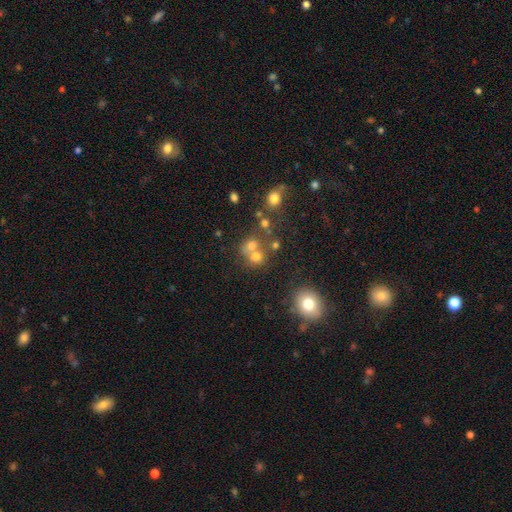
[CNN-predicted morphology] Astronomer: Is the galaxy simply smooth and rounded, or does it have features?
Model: smooth — 65%.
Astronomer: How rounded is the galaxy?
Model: round — 77%.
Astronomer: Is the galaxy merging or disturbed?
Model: merger — 46% (runner-up: none, 41%).